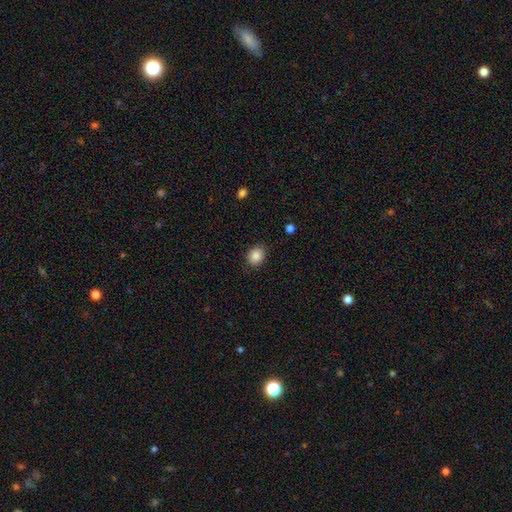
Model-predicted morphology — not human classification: This is clearly a smooth galaxy (86%). How rounded: possibly round (50%). Merging: clearly none (86%).